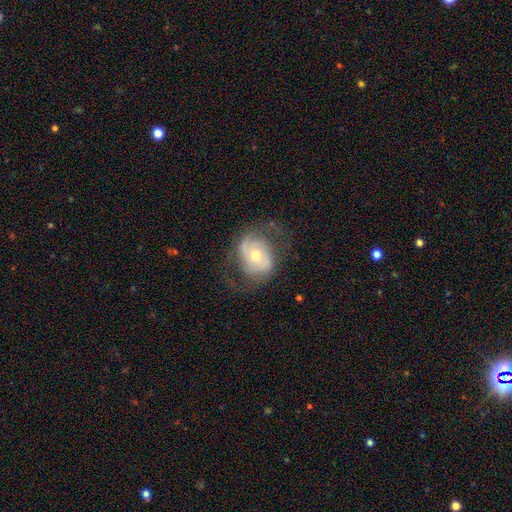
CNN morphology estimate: Smooth or featured: featured or disk — 68% (smooth — 25%)
Edge-on disk: no — 97% (yes — 3%)
Bar: no — 68% (weak — 24%)
Spiral arms: yes — 83% (no — 17%)
Spiral winding: medium — 42% (loose — 31%)
Spiral arm count: 2 — 75% (can't tell — 14%)
Bulge size: moderate — 53% (small — 42%)
Merging: none — 58% (minor disturbance — 21%)